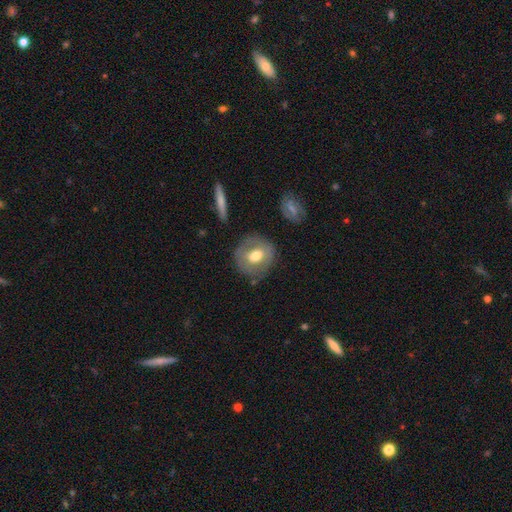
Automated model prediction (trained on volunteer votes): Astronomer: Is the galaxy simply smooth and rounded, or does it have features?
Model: smooth — 57% (runner-up: featured or disk, 36%).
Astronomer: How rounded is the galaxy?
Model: round — 82%.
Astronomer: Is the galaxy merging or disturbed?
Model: none — 78%.